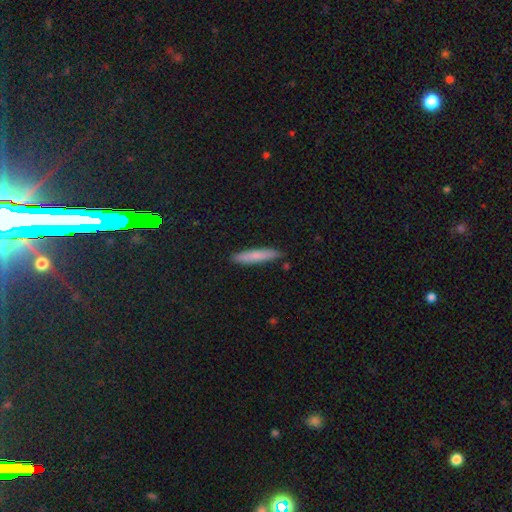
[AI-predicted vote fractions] The model was most divided on "smooth or featured": smooth: 76%, featured or disk: 17%, star or artifact: 7%. More confident: how rounded — cigar-shaped (90%); merging — none (87%).